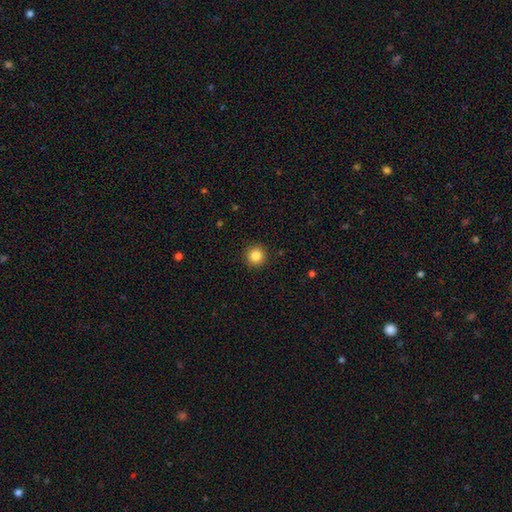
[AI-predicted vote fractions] This appears to be a smooth galaxy with no disk features (86%) that is round (95%). Merging: none (92%).